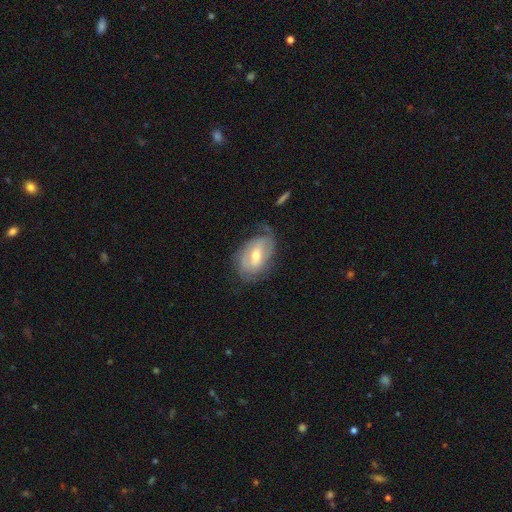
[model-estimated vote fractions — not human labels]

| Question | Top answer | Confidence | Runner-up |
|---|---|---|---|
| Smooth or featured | featured or disk | 64% | smooth (29%) |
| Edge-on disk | no | 94% | yes (6%) |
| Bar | weak | 48% | no (26%) |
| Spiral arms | yes | 73% | no (27%) |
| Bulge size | moderate | 63% | small (32%) |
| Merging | none | 55% | minor disturbance (29%) |